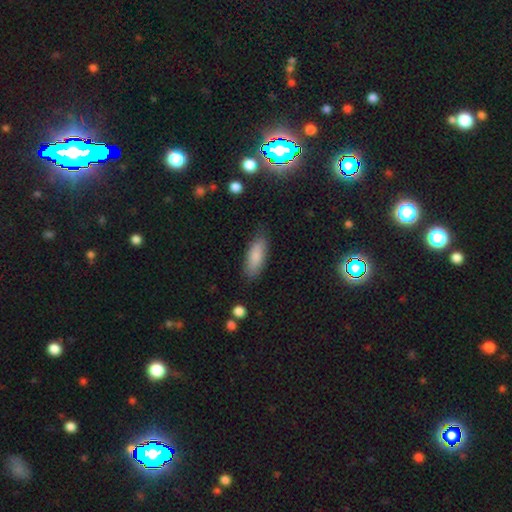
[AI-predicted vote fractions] smooth_or_featured: smooth (p=0.85) [alt: featured or disk p=0.08]
how_rounded: in between (p=0.68) [alt: cigar-shaped p=0.30]
merging: none (p=0.81) [alt: minor disturbance p=0.14]